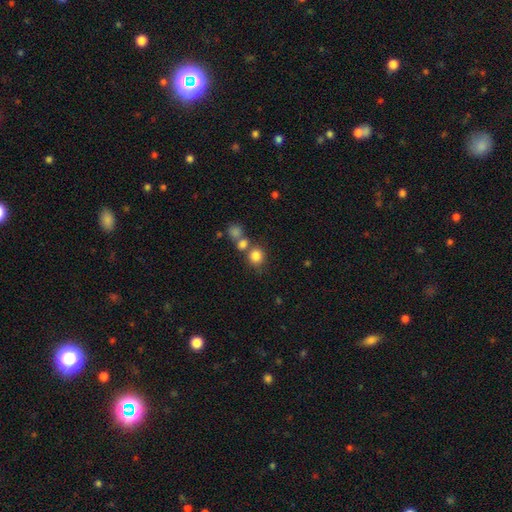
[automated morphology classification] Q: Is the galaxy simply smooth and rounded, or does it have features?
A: smooth — 81%.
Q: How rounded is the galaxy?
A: round — 85%.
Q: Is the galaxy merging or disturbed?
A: none — 60%.